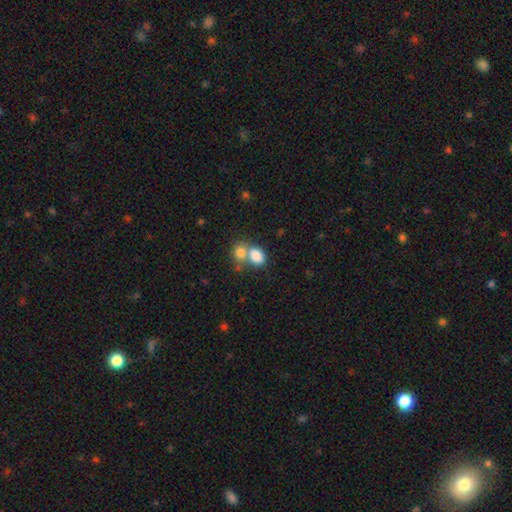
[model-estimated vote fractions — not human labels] Smooth or featured? Predicted: smooth (p=0.82). How rounded? Predicted: in between (p=0.65). Merging? Predicted: merger (p=0.56).